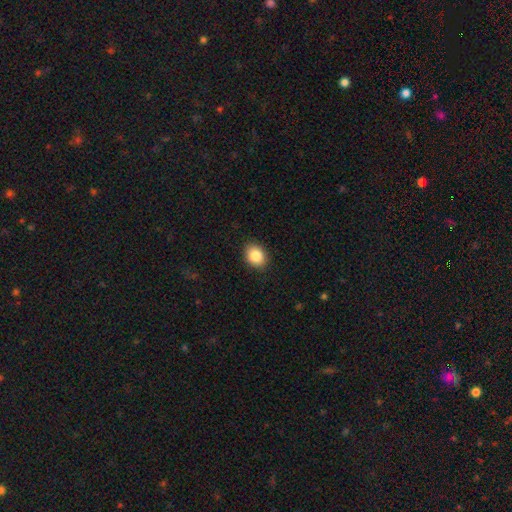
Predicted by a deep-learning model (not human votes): Smooth or featured? Predicted: smooth (p=0.86). How rounded? Predicted: in between (p=0.54). Merging? Predicted: none (p=0.89).